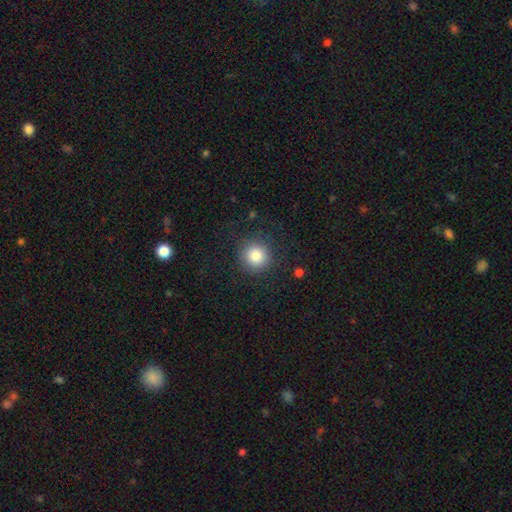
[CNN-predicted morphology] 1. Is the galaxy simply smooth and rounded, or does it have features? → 84% smooth, 10% star or artifact, 6% featured or disk.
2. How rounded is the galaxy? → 94% round, 6% in between, 1% cigar-shaped.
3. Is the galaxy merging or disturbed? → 87% none, 8% minor disturbance, 4% major disturbance, 1% merger.